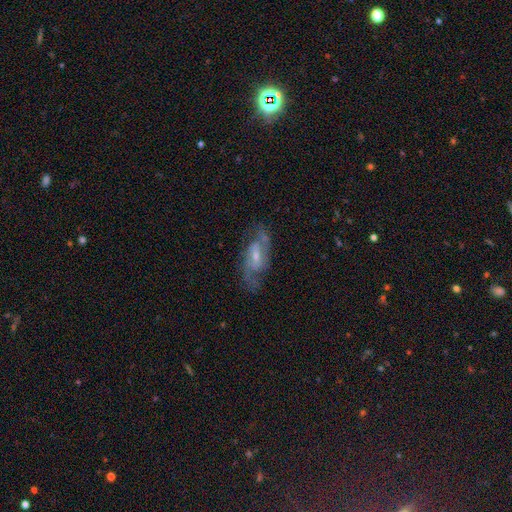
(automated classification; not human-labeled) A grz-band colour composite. It shows a featured or disk galaxy (82%) with a weak bar (50%), 2 (82%) medium (52%) spiral arms (93%) and a small central bulge (57%). Merging: none (75%).